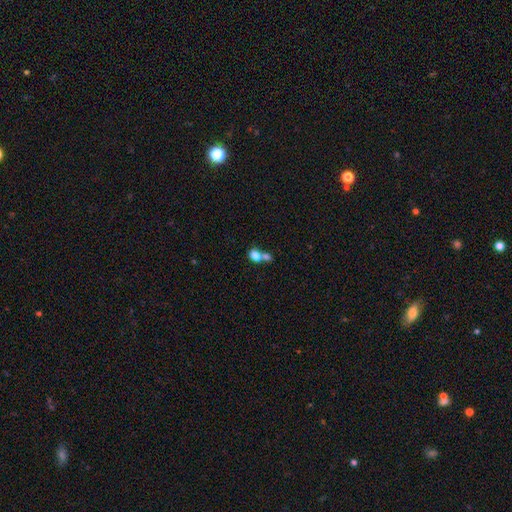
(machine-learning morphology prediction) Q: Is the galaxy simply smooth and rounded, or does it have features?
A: smooth — 79%.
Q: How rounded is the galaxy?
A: in between — 62%.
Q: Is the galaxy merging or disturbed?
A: merger — 61%.